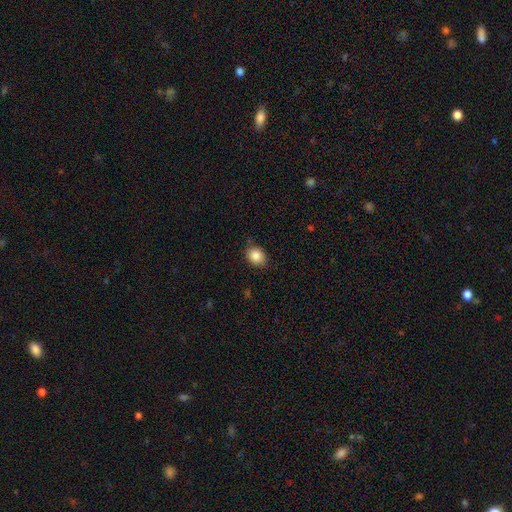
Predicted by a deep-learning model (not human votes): Q: Smooth or featured?
A: smooth (86%); runner-up: star or artifact (8%)
Q: How rounded?
A: in between (55%); runner-up: round (44%)
Q: Merging?
A: none (78%); runner-up: minor disturbance (18%)